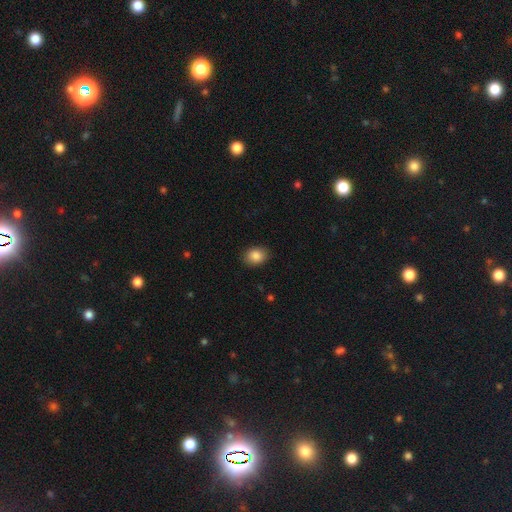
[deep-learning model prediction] smooth 87%, star or artifact 8%, featured or disk 5%. Down the decision tree: how rounded — in between (66%); merging — none (87%).